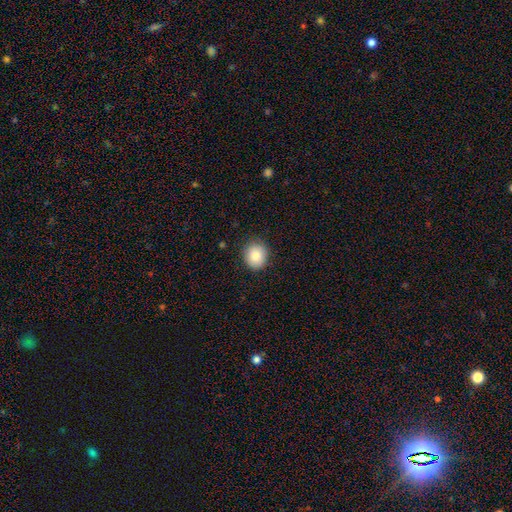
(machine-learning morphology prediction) A smooth galaxy with no disk features (83%) that is round (80%).

Vote fractions:
- Smooth or featured? smooth: 83% / star or artifact: 9% / featured or disk: 8%
- How rounded? round: 80% / in between: 19% / cigar-shaped: 1%
- Merging? none: 87% / minor disturbance: 10% / major disturbance: 2% / merger: 1%